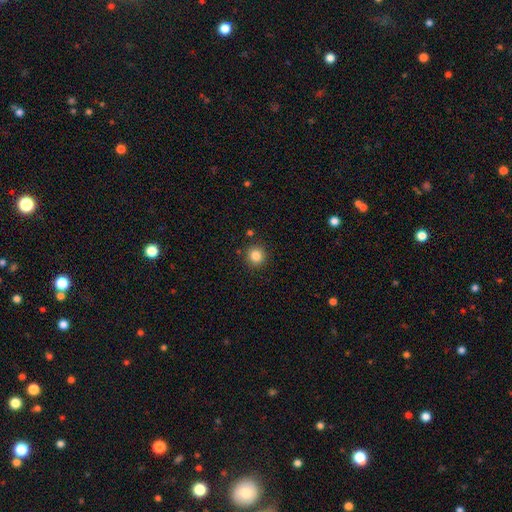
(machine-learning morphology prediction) type=smooth (84%); roundness=round (92%); merging=none (89%).